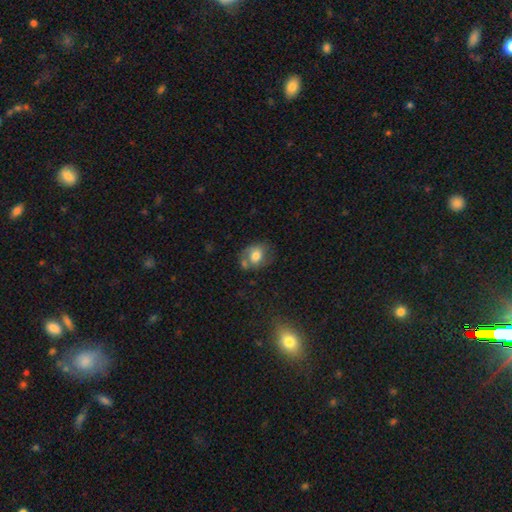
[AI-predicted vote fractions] Morphology: type=smooth (61%); roundness=in between (55%); merging=none (48%).